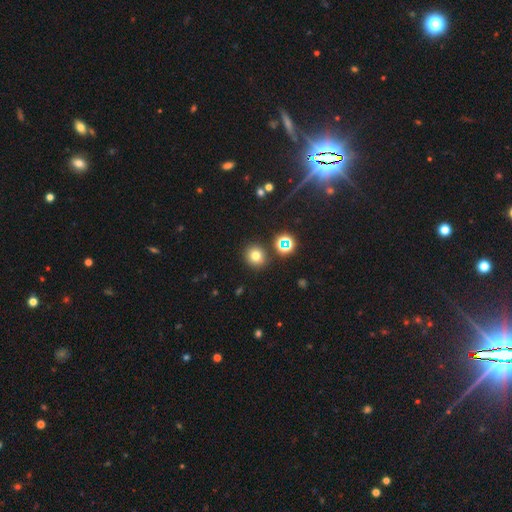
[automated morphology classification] Smooth or featured? Predicted: smooth (p=0.72). How rounded? Predicted: round (p=0.88). Merging? Predicted: none (p=0.86).